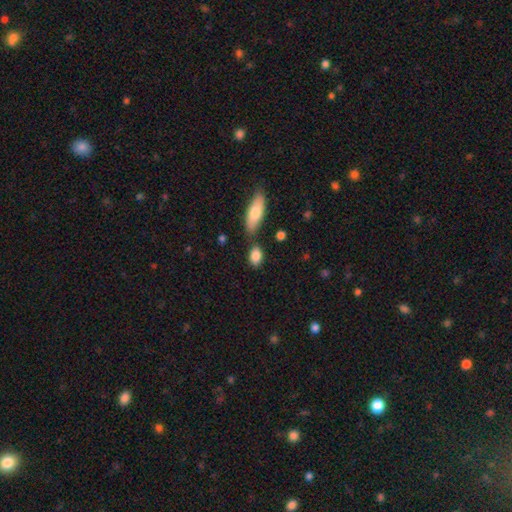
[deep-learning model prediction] A smooth galaxy with no disk features (87%) that is in between round and cigar-shaped (82%).

Vote fractions:
- Smooth or featured? smooth: 87% / star or artifact: 7% / featured or disk: 6%
- How rounded? in between: 82% / round: 13% / cigar-shaped: 5%
- Merging? none: 68% / minor disturbance: 15% / merger: 12% / major disturbance: 4%